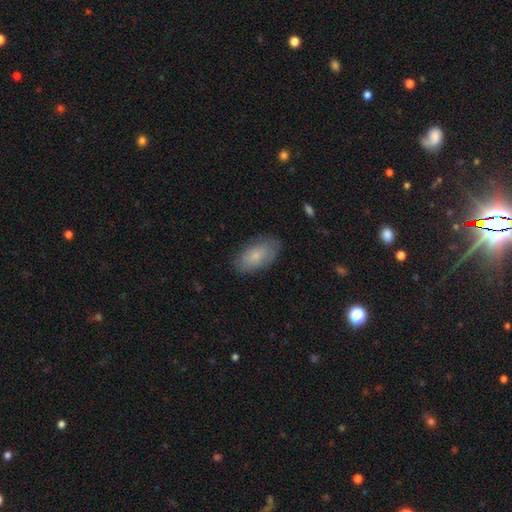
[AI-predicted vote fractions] Smooth or featured? smooth (74%)
How rounded? in between (93%)
Merging? none (80%)